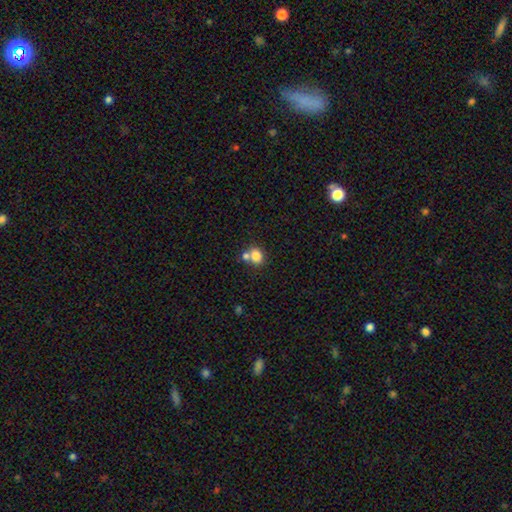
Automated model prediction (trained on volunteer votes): Smooth or featured? smooth (81%)
How rounded? round (51%)
Merging? none (46%)